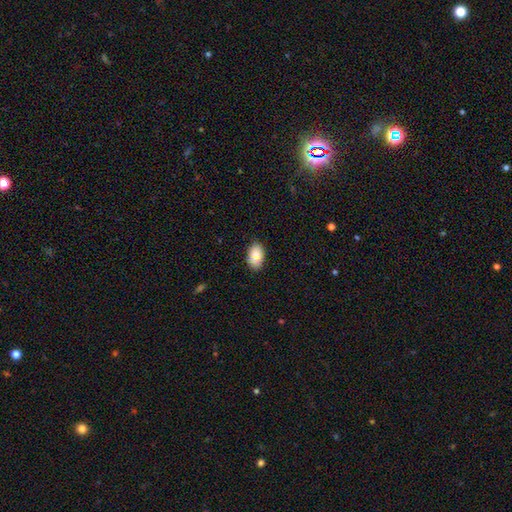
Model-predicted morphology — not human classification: This appears to be a smooth galaxy with no disk features (88%) that is in between round and cigar-shaped (94%). Merging: none (87%).